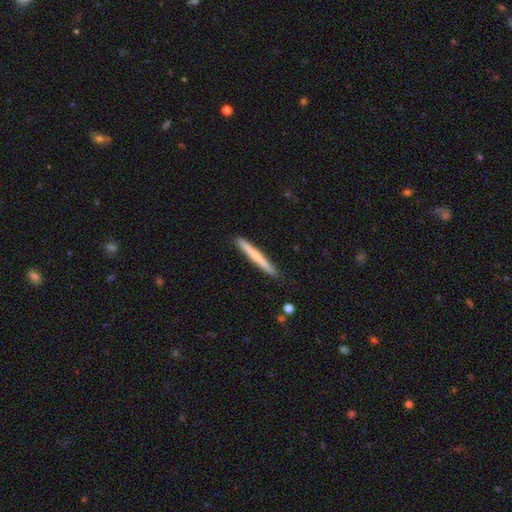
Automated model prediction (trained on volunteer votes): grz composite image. It shows a smooth galaxy with no disk features (60%) that is cigar-shaped (97%). Merging: none (90%).